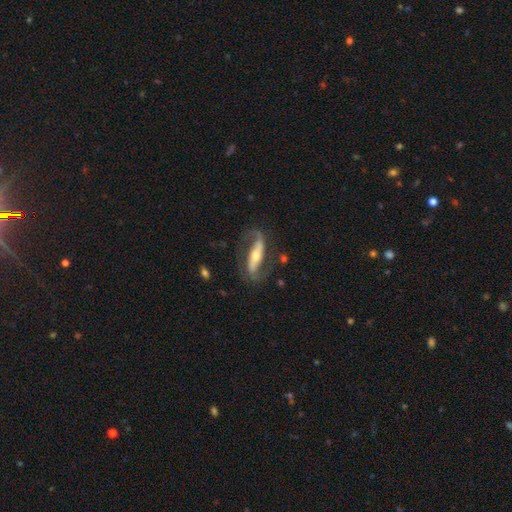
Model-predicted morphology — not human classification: Smooth or featured: featured or disk — 84% (smooth — 11%)
Edge-on disk: no — 84% (yes — 16%)
Bar: strong — 63% (no — 19%)
Spiral arms: yes — 93% (no — 7%)
Spiral winding: loose — 42% (tied with medium — 42%)
Spiral arm count: 2 — 89% (1 — 5%)
Bulge size: moderate — 57% (small — 35%)
Merging: none — 73% (minor disturbance — 14%)